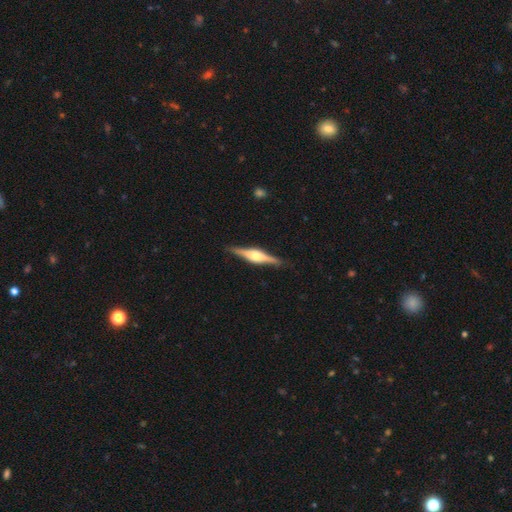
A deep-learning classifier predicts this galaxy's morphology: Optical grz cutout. It shows a featured or disk galaxy (80%) viewed edge-on (98%) with a rounded central bulge (88%). Merging: none (89%).